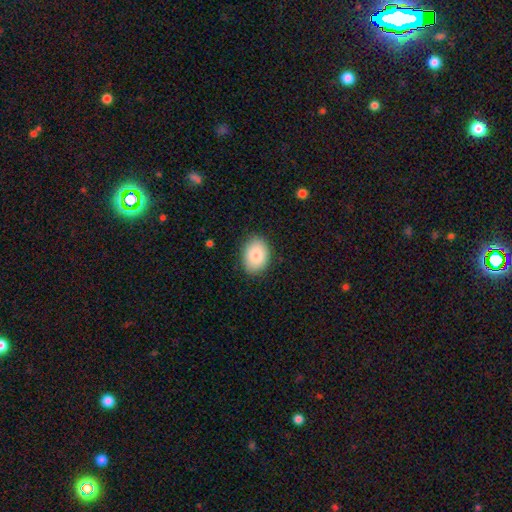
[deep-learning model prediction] Smooth or featured?
  - smooth: 84% *
  - featured or disk: 9%
  - star or artifact: 7%
How rounded?
  - in between: 75% *
  - round: 24%
  - cigar-shaped: 1%
Merging?
  - none: 86% *
  - minor disturbance: 10%
  - major disturbance: 2%
  - merger: 1%